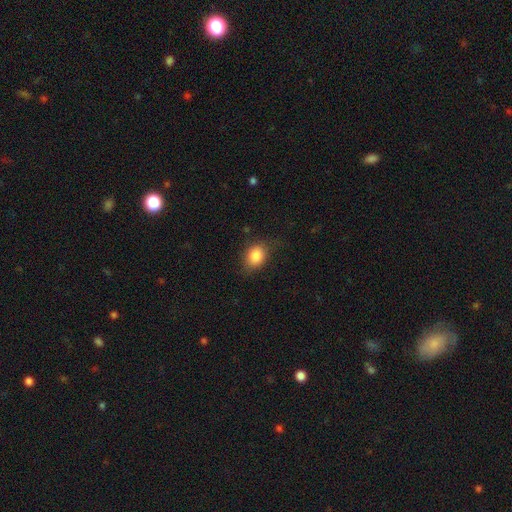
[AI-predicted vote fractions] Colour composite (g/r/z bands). It shows a smooth galaxy with no disk features (84%) that is in between round and cigar-shaped (58%). Merging: none (69%).